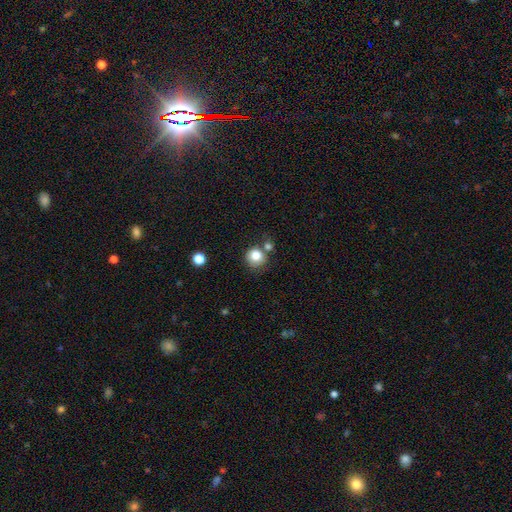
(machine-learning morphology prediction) smooth-or-featured: smooth: 83% | star or artifact: 10% | featured or disk: 7%
  how-rounded: round: 90% | in between: 9% | cigar-shaped: 1%
  merging: none: 63% | merger: 18% | minor disturbance: 14% | major disturbance: 5%